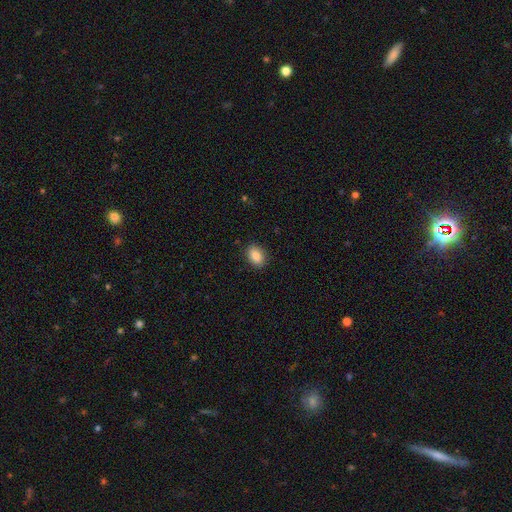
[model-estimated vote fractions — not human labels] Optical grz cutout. It shows a smooth galaxy with no disk features (86%) that is in between round and cigar-shaped (79%). Merging: none (89%).